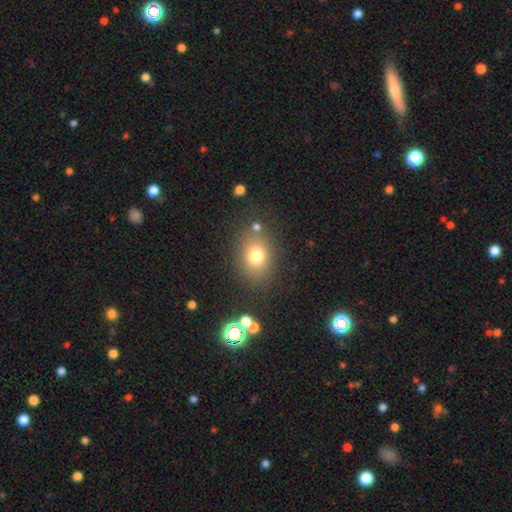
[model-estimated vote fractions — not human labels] Smooth or featured? Predicted: smooth (p=0.75). How rounded? Predicted: in between (p=0.53). Merging? Predicted: none (p=0.78).